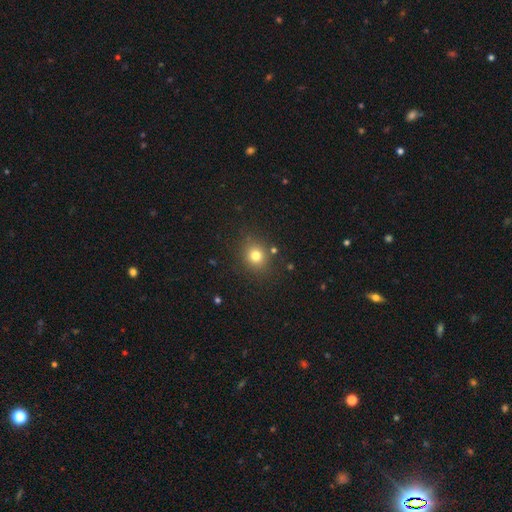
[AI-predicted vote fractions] This is likely a smooth galaxy (77%). How rounded: likely round (76%). Merging: clearly none (85%).